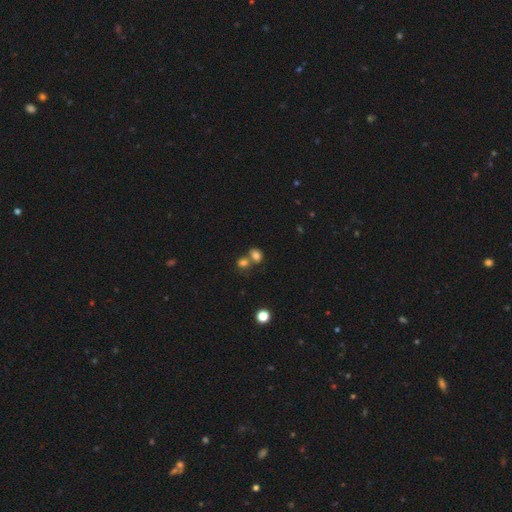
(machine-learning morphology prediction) Smooth or featured? Predicted: smooth (p=0.77). How rounded? Predicted: round (p=0.53). Merging? Predicted: merger (p=0.48).